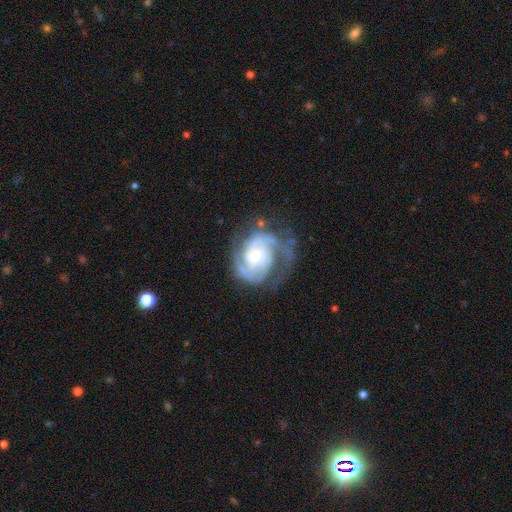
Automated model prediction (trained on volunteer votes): Smooth or featured?
  - featured or disk: 90% *
  - smooth: 5%
  - star or artifact: 5%
Edge-on disk?
  - no: 98% *
  - yes: 2%
Bar?
  - no: 60% *
  - weak: 31%
  - strong: 9%
Spiral arms?
  - yes: 97% *
  - no: 3%
Spiral winding?
  - tight: 54% *
  - medium: 39%
  - loose: 8%
Spiral arm count?
  - 2: 57% *
  - 3: 19%
  - can't tell: 12%
  - 4: 4%
  - 1: 4%
  - more than 4: 3%
Bulge size?
  - small: 61% *
  - moderate: 32%
  - large: 3%
  - none: 2%
  - dominant: 1%
Merging?
  - none: 62% *
  - minor disturbance: 20%
  - major disturbance: 16%
  - merger: 2%